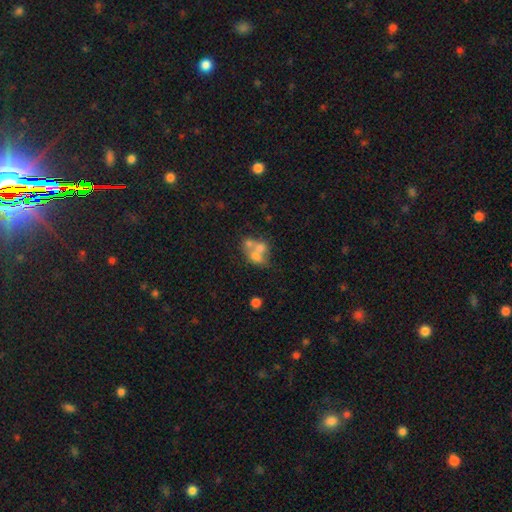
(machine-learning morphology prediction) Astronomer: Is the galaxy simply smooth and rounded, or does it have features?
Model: smooth — 42% (runner-up: featured or disk, 35%).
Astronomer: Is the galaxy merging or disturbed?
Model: merger — 56%.